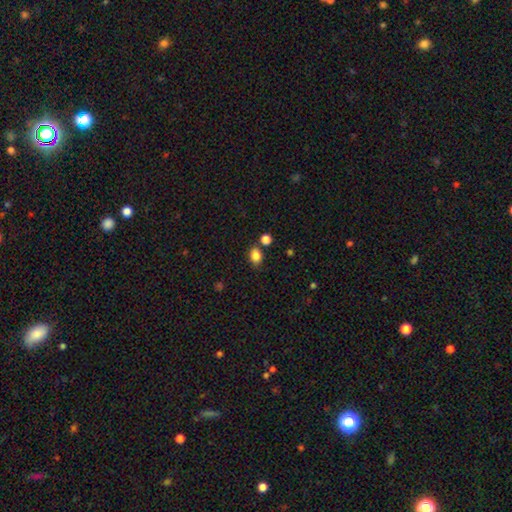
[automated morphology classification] A smooth galaxy with no disk features (84%) that is in between round and cigar-shaped (65%). Merging: none (76%).